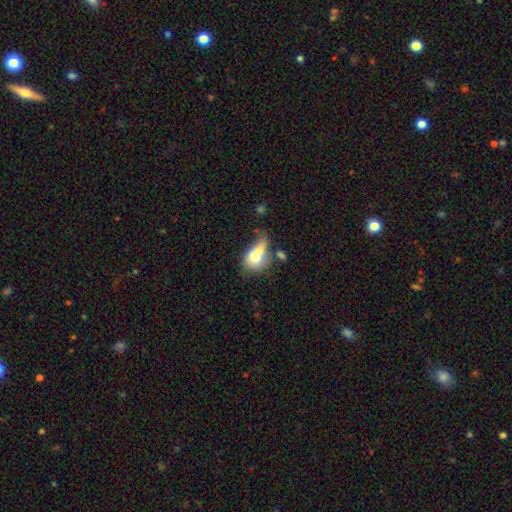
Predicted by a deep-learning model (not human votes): Q: Smooth or featured?
A: smooth (68%); runner-up: featured or disk (23%)
Q: How rounded?
A: in between (68%); runner-up: round (30%)
Q: Merging?
A: merger (53%); runner-up: major disturbance (17%)